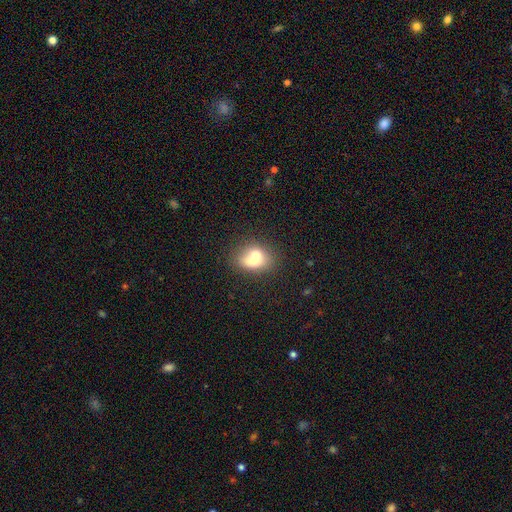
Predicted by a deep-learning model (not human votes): smooth-or-featured: smooth: 64% | featured or disk: 25% | star or artifact: 10%
  how-rounded: round: 49% (tied) | in between: 49% (tied) | cigar-shaped: 1%
  merging: merger: 59% | none: 28% | minor disturbance: 9% | major disturbance: 4%